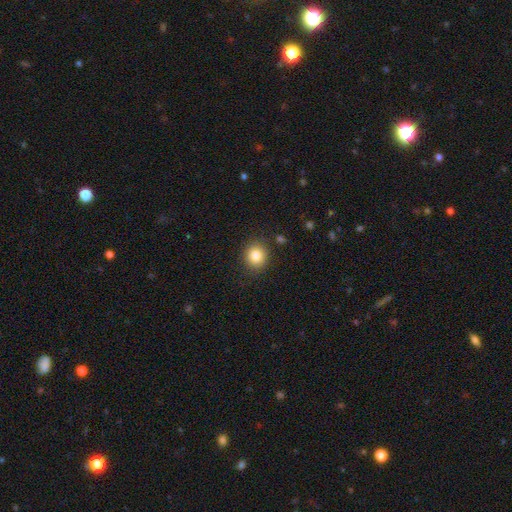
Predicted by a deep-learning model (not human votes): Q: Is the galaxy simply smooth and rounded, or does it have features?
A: smooth — 83%.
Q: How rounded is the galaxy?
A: round — 83%.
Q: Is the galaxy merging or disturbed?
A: none — 88%.